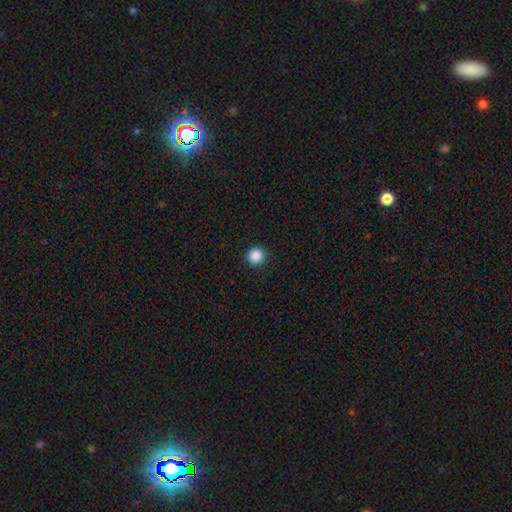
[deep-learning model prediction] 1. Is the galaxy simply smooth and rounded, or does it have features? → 88% smooth, 10% star or artifact, 3% featured or disk.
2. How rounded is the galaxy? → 96% round, 4% in between, 1% cigar-shaped.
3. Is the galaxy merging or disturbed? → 92% none, 5% minor disturbance, 2% major disturbance, 1% merger.